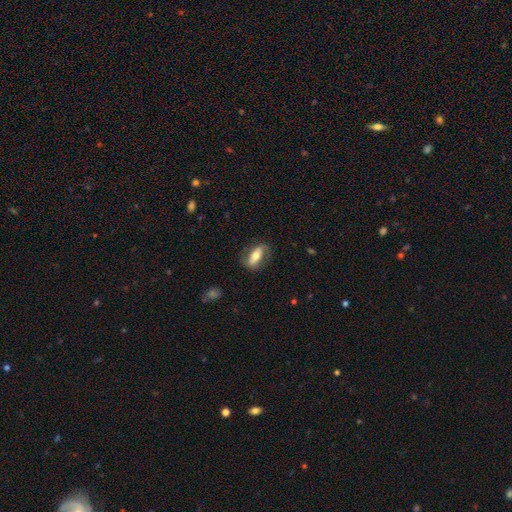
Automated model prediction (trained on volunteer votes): This appears to be a featured or disk galaxy (48%). Merging: none (74%).